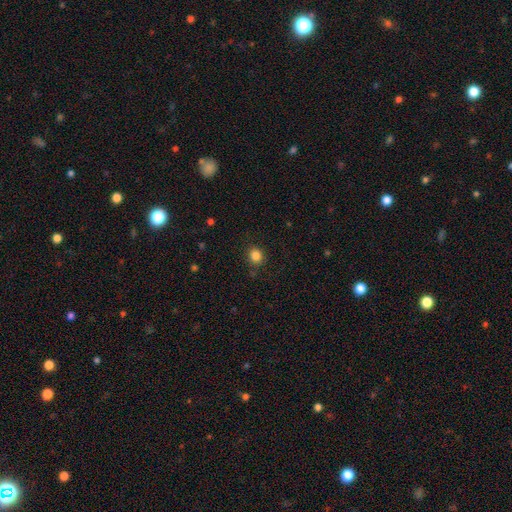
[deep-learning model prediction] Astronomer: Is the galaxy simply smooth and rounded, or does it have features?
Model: smooth — 84%.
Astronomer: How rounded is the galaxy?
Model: round — 82%.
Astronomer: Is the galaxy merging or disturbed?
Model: none — 87%.